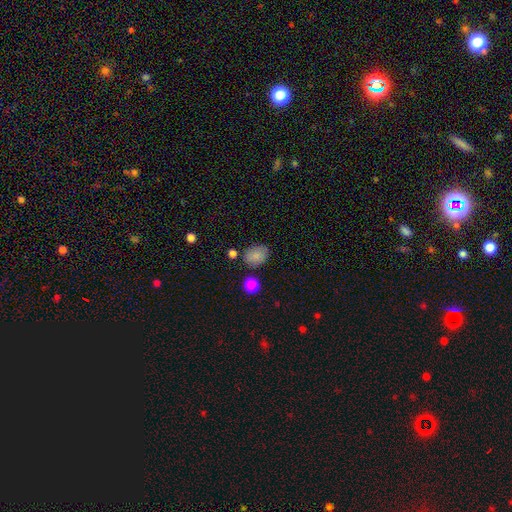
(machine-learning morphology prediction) type=smooth (84%); roundness=in between (66%); merging=none (74%).